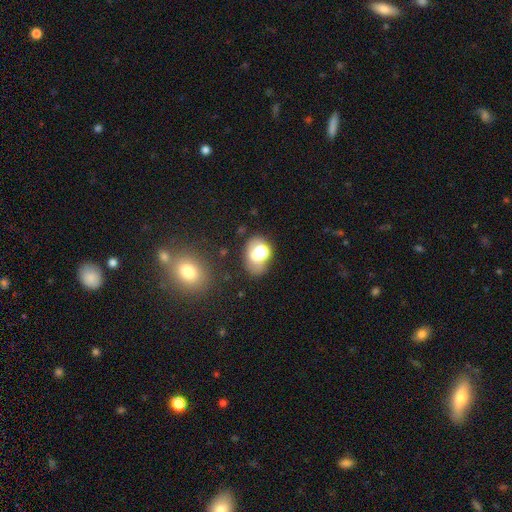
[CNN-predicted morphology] The model was most divided on "merging": none: 36%, merger: 31%, minor disturbance: 19%, major disturbance: 14%. More confident: how rounded — in between (66%); smooth or featured — smooth (60%).